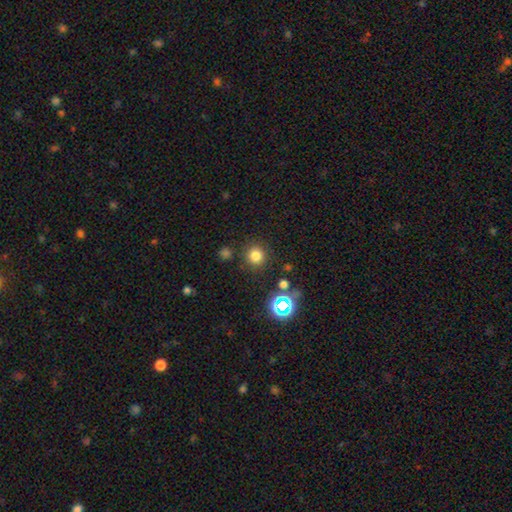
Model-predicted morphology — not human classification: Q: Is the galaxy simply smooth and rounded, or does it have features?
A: smooth — 76%.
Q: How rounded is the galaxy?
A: round — 92%.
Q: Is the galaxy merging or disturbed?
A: none — 85%.